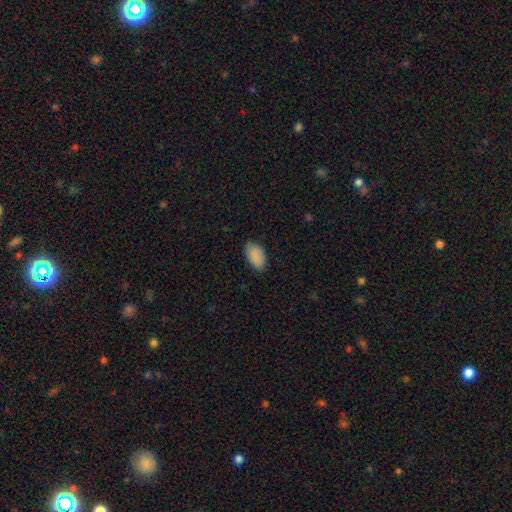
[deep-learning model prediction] smooth-or-featured: smooth: 89% | star or artifact: 7% | featured or disk: 4%
  how-rounded: in between: 94% | round: 5% | cigar-shaped: 1%
  merging: none: 77% | minor disturbance: 19% | major disturbance: 3% | merger: 1%